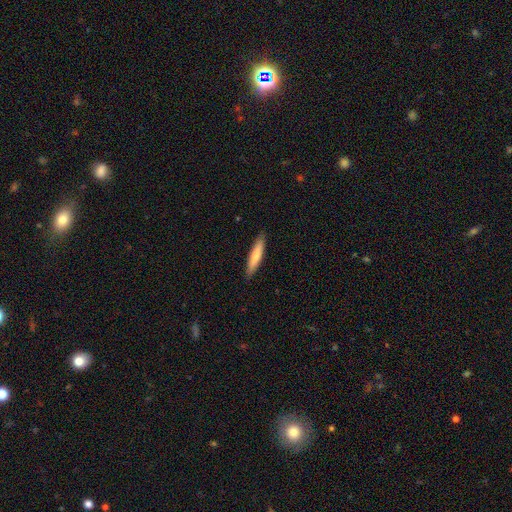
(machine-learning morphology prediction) A smooth galaxy with no disk features (70%) that is cigar-shaped (87%). Merging: none (89%).